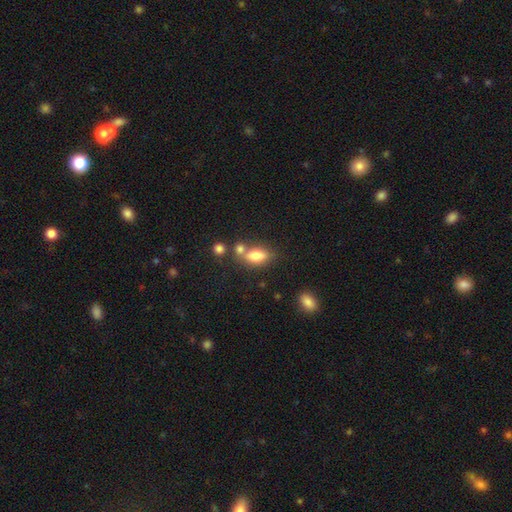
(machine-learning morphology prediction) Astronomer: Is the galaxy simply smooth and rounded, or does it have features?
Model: smooth — 76%.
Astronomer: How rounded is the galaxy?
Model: in between — 81%.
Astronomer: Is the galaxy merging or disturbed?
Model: none — 46% (runner-up: merger, 33%).